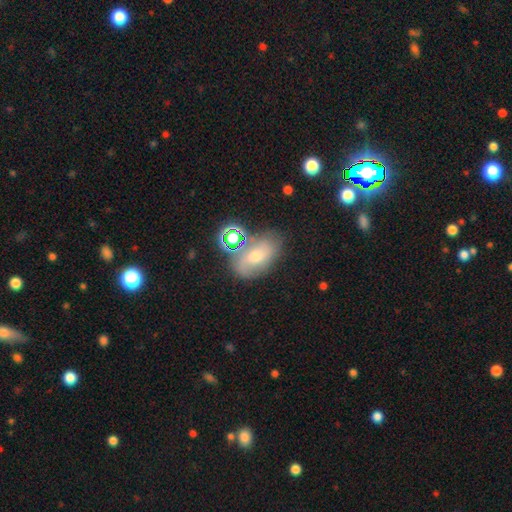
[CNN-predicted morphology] A smooth galaxy with no disk features (41%). Merging: none (60%).